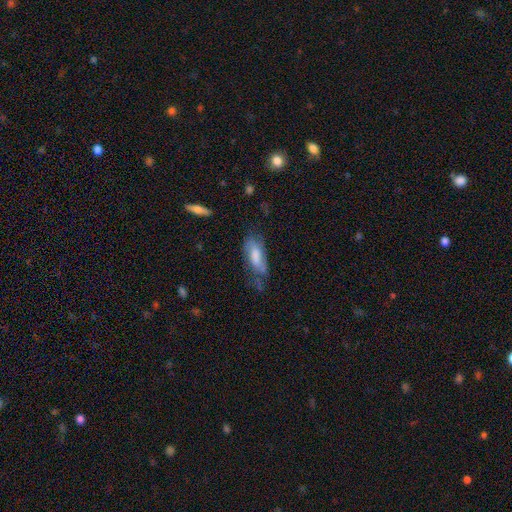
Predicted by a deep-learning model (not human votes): smooth-or-featured: smooth: 64% | featured or disk: 29% | star or artifact: 7%
  how-rounded: in between: 75% | cigar-shaped: 22% | round: 2%
  merging: none: 41% | minor disturbance: 34% | major disturbance: 21% | merger: 4%